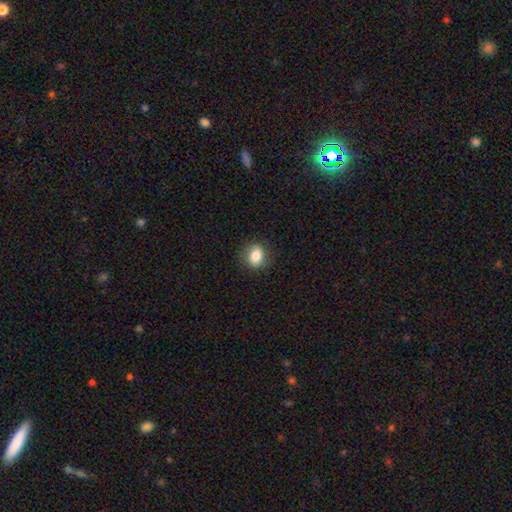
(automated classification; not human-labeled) smooth_or_featured: smooth (p=0.81) [alt: featured or disk p=0.10]
how_rounded: round (p=0.50) [alt: in between p=0.49]
merging: none (p=0.84) [alt: minor disturbance p=0.11]